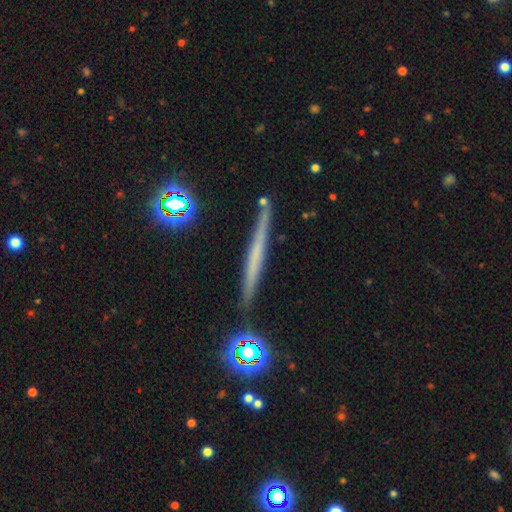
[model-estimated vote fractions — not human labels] smooth_or_featured: featured or disk (p=0.48) [alt: smooth p=0.39]
merging: none (p=0.88) [alt: minor disturbance p=0.08]